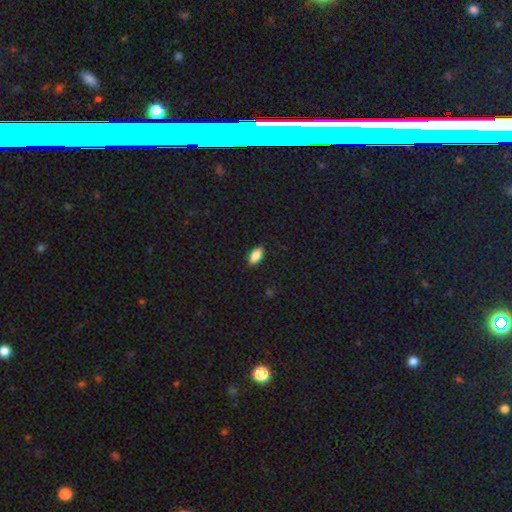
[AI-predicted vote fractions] Smooth or featured? Predicted: smooth (p=0.87). How rounded? Predicted: in between (p=0.92). Merging? Predicted: none (p=0.88).